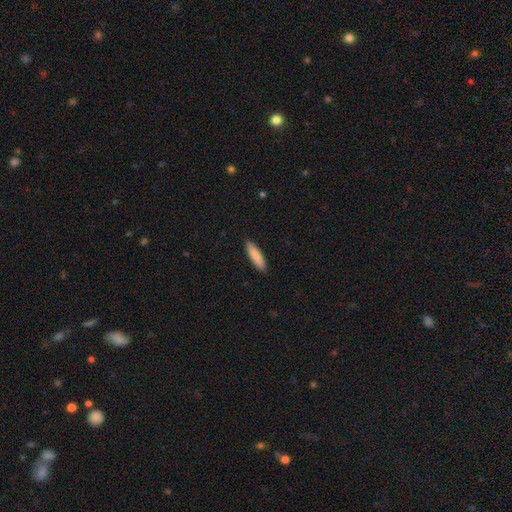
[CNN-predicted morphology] Smooth or featured? Predicted: smooth (p=0.87). How rounded? Predicted: cigar-shaped (p=0.72). Merging? Predicted: none (p=0.89).